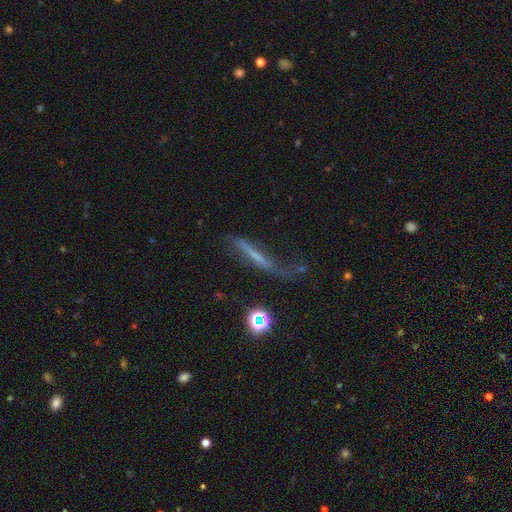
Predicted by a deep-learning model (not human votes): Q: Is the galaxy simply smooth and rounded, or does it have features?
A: featured or disk — 49%.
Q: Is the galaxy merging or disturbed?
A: none — 43%.